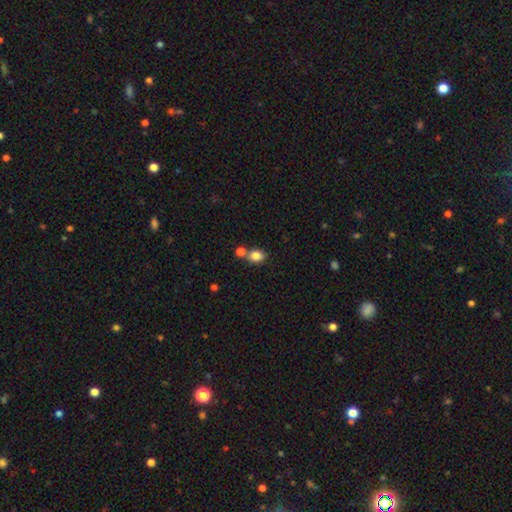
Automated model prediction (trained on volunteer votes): smooth-or-featured: smooth: 83% | star or artifact: 10% | featured or disk: 7%
  how-rounded: in between: 65% | round: 34% | cigar-shaped: 1%
  merging: none: 59% | merger: 27% | minor disturbance: 11% | major disturbance: 3%